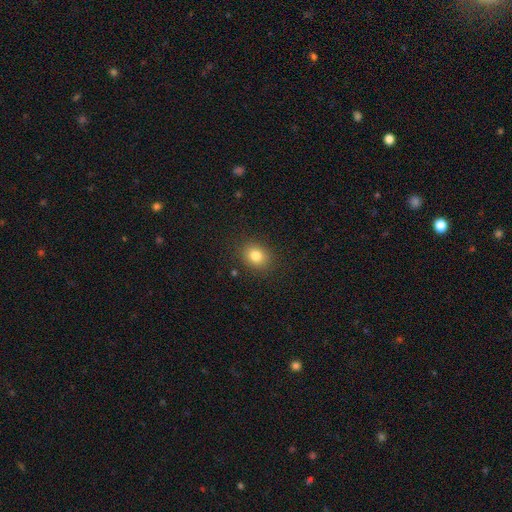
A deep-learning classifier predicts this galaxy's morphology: Smooth or featured?
  - smooth: 82% *
  - star or artifact: 11%
  - featured or disk: 7%
How rounded?
  - round: 58% *
  - in between: 41%
  - cigar-shaped: 1%
Merging?
  - none: 87% *
  - minor disturbance: 9%
  - major disturbance: 3%
  - merger: 1%